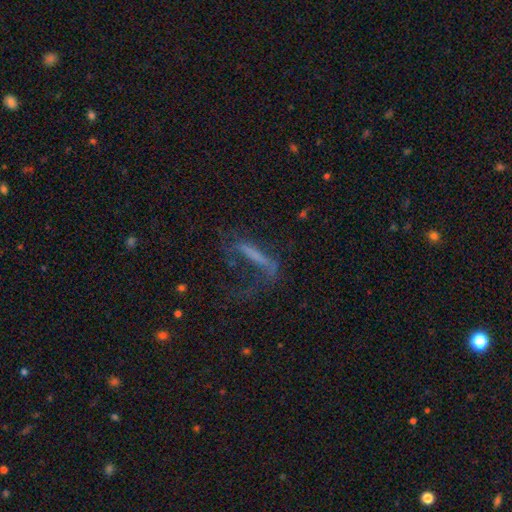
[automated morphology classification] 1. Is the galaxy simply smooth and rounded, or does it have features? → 47% featured or disk, 37% smooth, 16% star or artifact.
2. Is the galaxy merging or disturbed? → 46% major disturbance, 33% none, 16% minor disturbance, 5% merger.